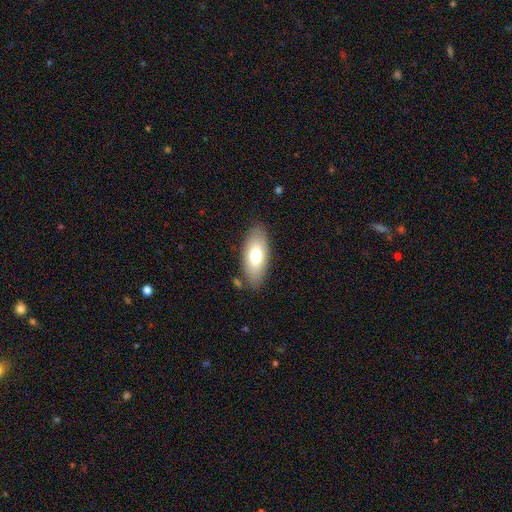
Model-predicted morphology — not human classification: Smooth or featured? smooth (71%)
How rounded? in between (87%)
Merging? none (83%)